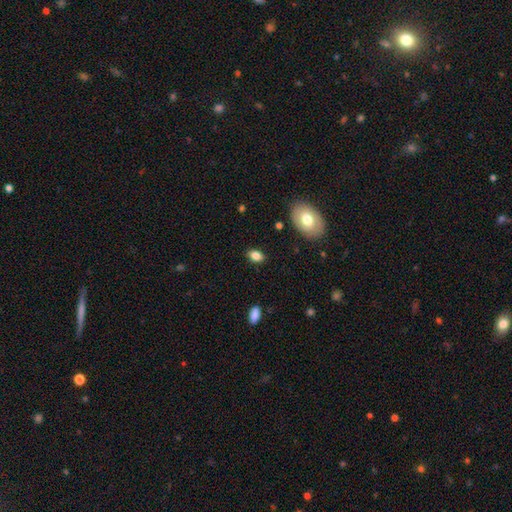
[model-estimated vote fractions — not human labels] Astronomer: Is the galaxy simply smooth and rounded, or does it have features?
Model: smooth — 82%.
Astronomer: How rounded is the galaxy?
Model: in between — 86%.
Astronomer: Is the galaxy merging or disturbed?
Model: none — 85%.